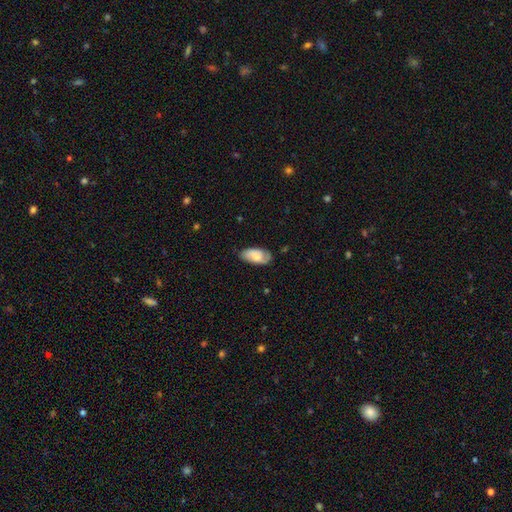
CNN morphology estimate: This appears to be a smooth galaxy with no disk features (59%) that is in between round and cigar-shaped (93%). Merging: none (72%).